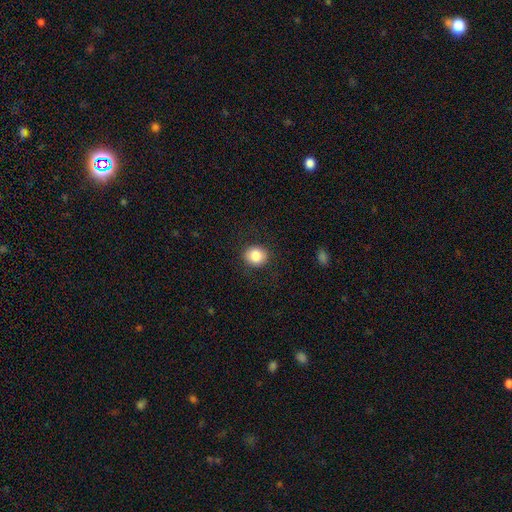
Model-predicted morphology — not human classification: Smooth or featured? Predicted: smooth (p=0.85). How rounded? Predicted: round (p=0.81). Merging? Predicted: none (p=0.89).